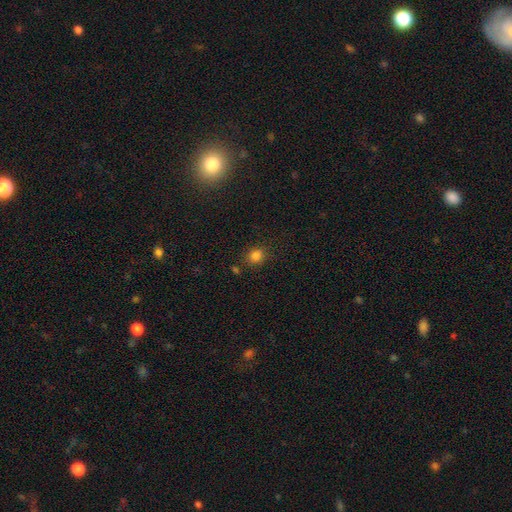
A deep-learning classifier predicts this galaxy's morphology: Smooth or featured? smooth (81%)
How rounded? round (77%)
Merging? none (83%)